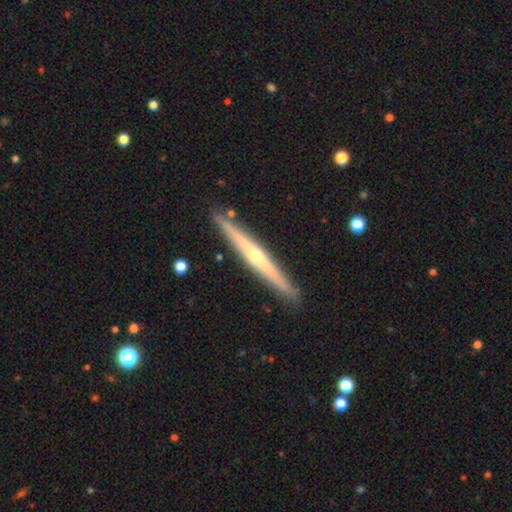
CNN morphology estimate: A featured or disk galaxy (75%) viewed edge-on (97%) with a rounded central bulge (82%). Merging: none (90%).